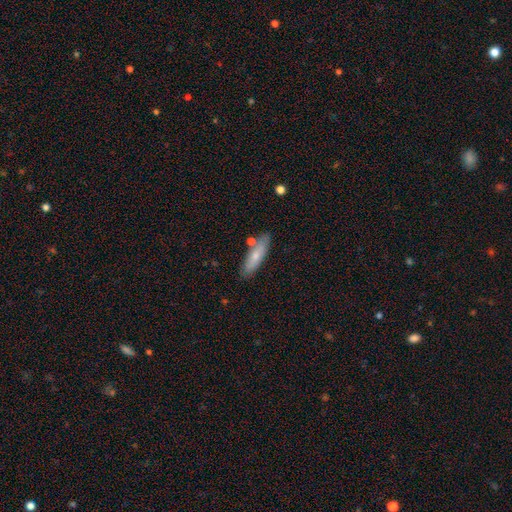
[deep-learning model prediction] smooth 68%, featured or disk 26%, star or artifact 6%. Down the decision tree: how rounded — cigar-shaped (59%); merging — none (77%).